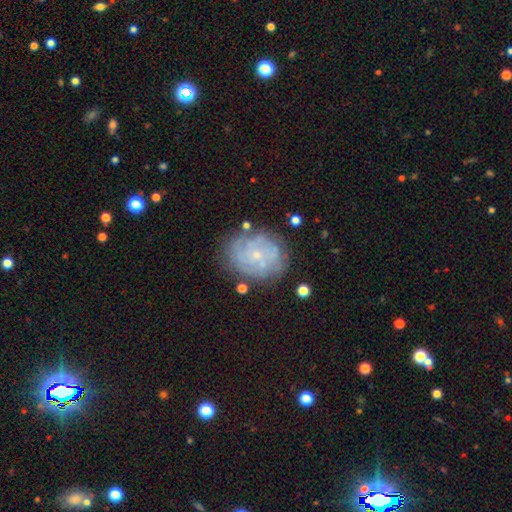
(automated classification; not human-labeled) Smooth or featured? Predicted: featured or disk (p=0.67). Edge-on disk? Predicted: no (p=0.97). Bar? Predicted: no (p=0.84). Spiral arms? Predicted: yes (p=0.75). Bulge size? Predicted: small (p=0.82). Merging? Predicted: none (p=0.72).